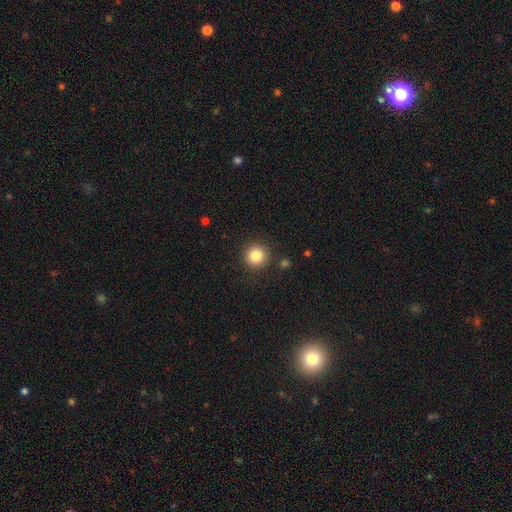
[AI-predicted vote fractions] The model was most divided on "smooth or featured": smooth: 84%, star or artifact: 11%, featured or disk: 5%. More confident: how rounded — round (94%); merging — none (89%).